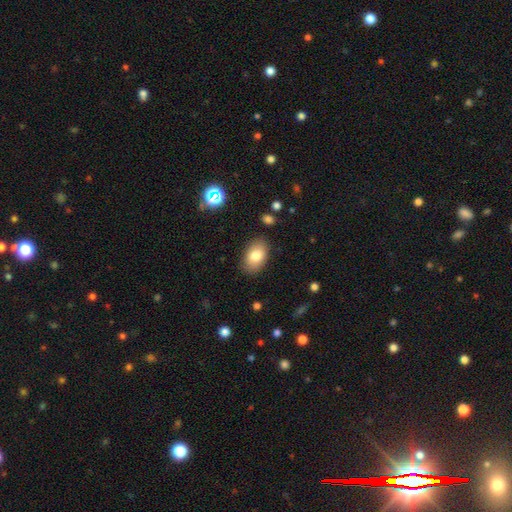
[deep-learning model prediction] Smooth or featured? smooth (80%)
How rounded? in between (90%)
Merging? none (85%)